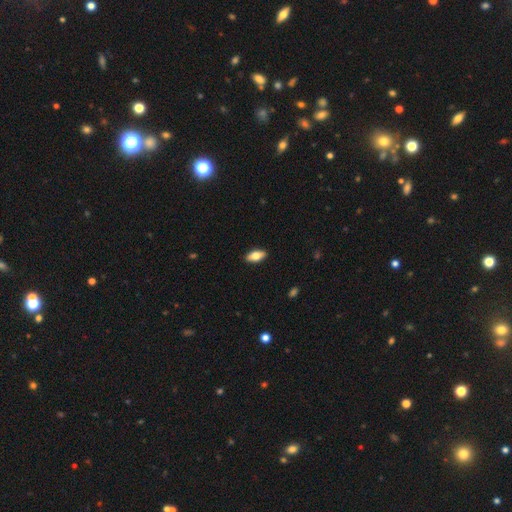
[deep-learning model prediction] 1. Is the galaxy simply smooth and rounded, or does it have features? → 74% smooth, 19% featured or disk, 6% star or artifact.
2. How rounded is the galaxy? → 87% in between, 10% cigar-shaped, 3% round.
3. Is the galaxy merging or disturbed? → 90% none, 8% minor disturbance, 2% major disturbance, 1% merger.